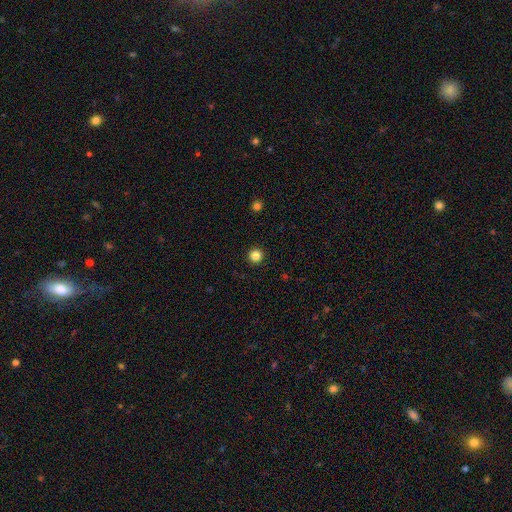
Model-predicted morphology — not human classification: Overall: smooth (84%). How rounded: round (96%). Merging: none (94%).